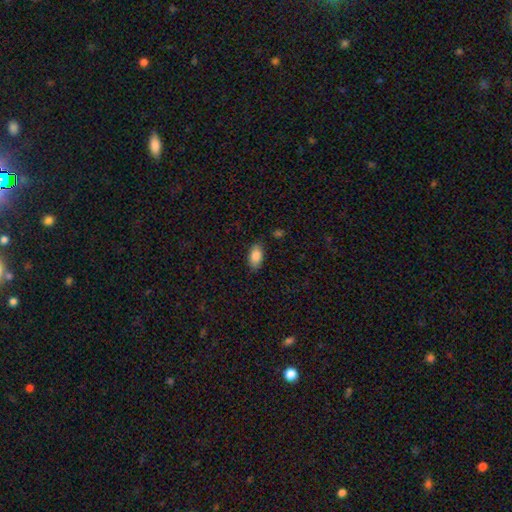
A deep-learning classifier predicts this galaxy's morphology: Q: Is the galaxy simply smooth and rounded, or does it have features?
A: smooth — 86%.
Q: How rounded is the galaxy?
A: in between — 93%.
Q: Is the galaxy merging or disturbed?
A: none — 84%.